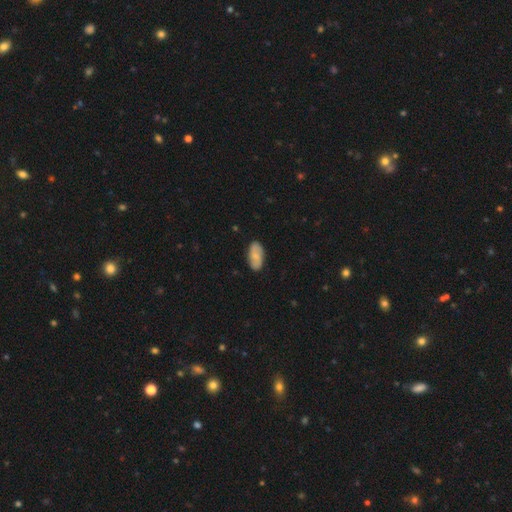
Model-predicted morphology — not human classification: This appears to be a smooth galaxy with no disk features (71%) that is in between round and cigar-shaped (92%). Merging: none (83%).